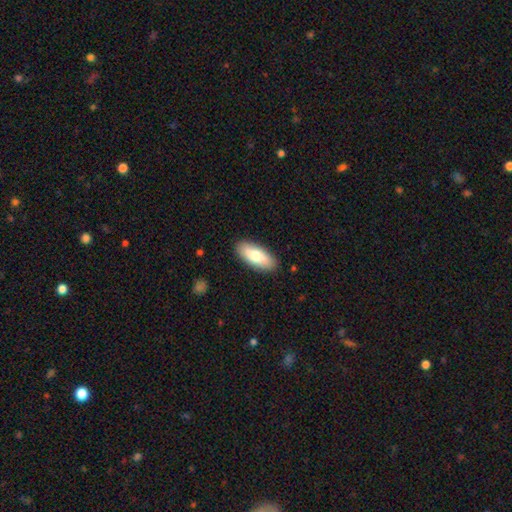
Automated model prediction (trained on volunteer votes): Smooth or featured? smooth (76%)
How rounded? in between (80%)
Merging? none (88%)